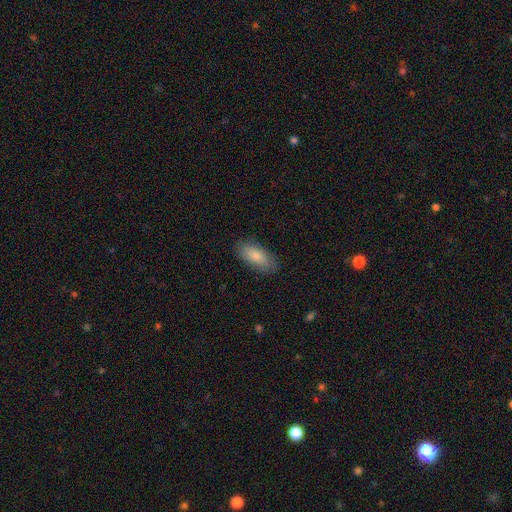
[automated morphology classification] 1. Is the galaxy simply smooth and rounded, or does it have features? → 83% smooth, 11% featured or disk, 6% star or artifact.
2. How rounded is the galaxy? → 85% in between, 13% cigar-shaped, 2% round.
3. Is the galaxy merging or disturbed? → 81% none, 14% minor disturbance, 3% major disturbance, 1% merger.